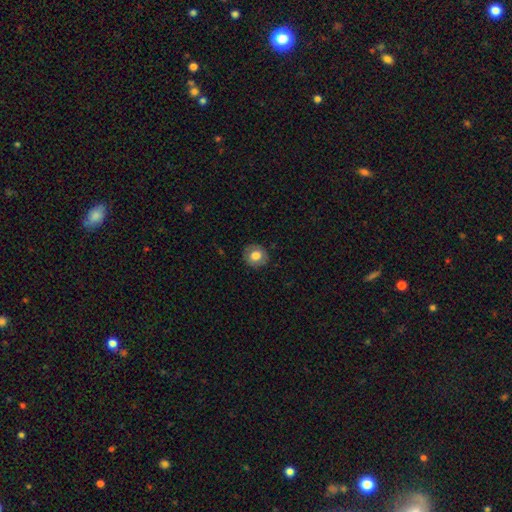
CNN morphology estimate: Smooth or featured: smooth — 77% (featured or disk — 14%)
How rounded: round — 88% (in between — 11%)
Merging: none — 88% (minor disturbance — 9%)